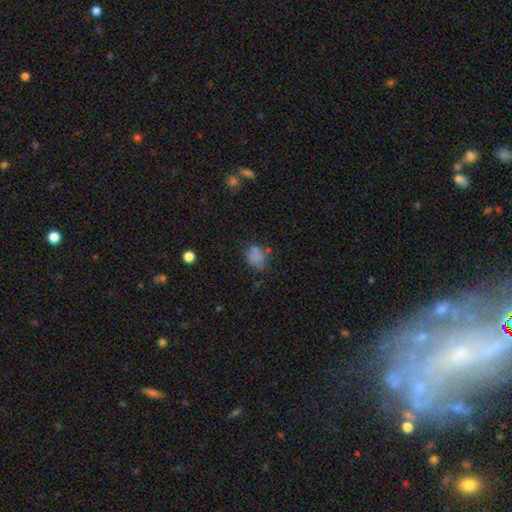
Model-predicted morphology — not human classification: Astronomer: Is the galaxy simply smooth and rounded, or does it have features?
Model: smooth — 71%.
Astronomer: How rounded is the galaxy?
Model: in between — 57% (runner-up: round, 42%).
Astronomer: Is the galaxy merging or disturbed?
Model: none — 50% (runner-up: minor disturbance, 26%).